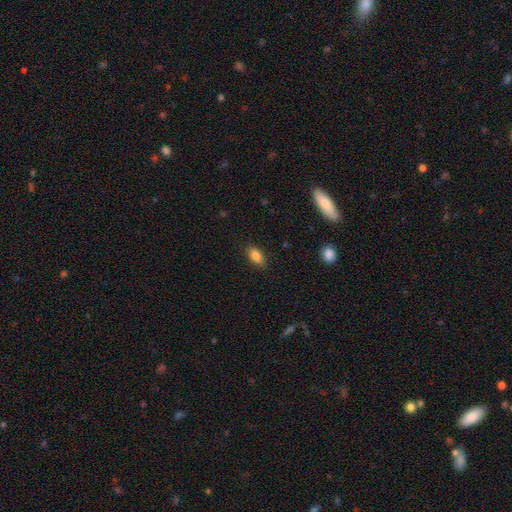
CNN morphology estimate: This is clearly a smooth galaxy (85%). How rounded: clearly in between (89%). Merging: clearly none (86%).